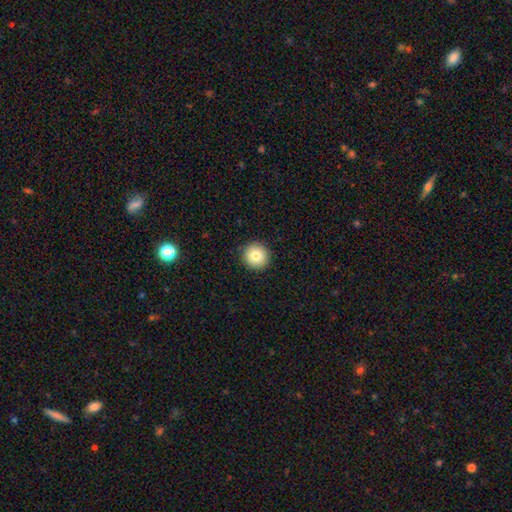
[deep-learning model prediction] Morphology: type=smooth (82%); roundness=round (95%); merging=none (92%).